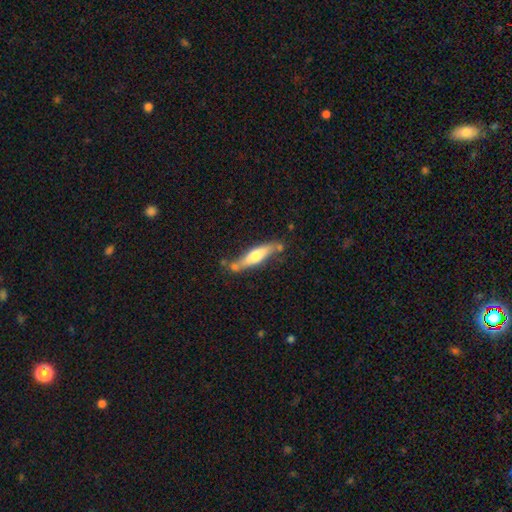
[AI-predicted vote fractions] Smooth or featured? Predicted: smooth (p=0.52). How rounded? Predicted: cigar-shaped (p=0.77). Merging? Predicted: none (p=0.62).